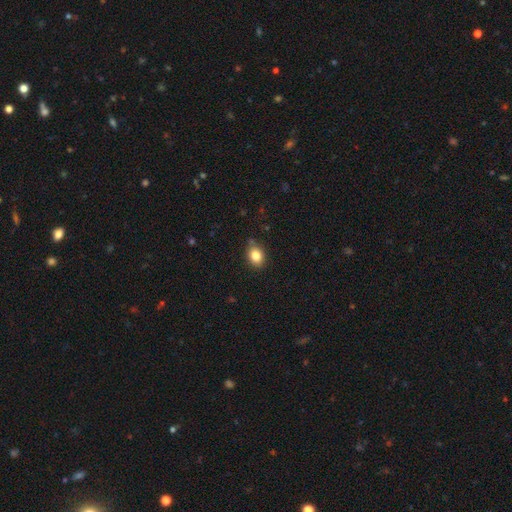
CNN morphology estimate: This appears to be a smooth galaxy with no disk features (83%) that is in between round and cigar-shaped (59%). Merging: none (81%).